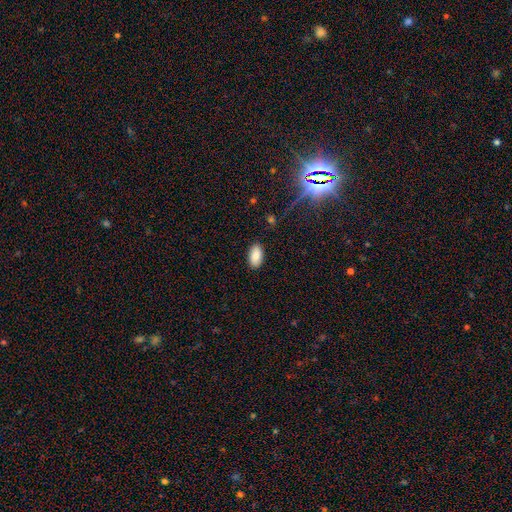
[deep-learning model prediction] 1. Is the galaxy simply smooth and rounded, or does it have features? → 86% smooth, 8% star or artifact, 6% featured or disk.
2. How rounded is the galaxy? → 95% in between, 3% round, 2% cigar-shaped.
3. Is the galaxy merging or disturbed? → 88% none, 9% minor disturbance, 2% major disturbance, 1% merger.